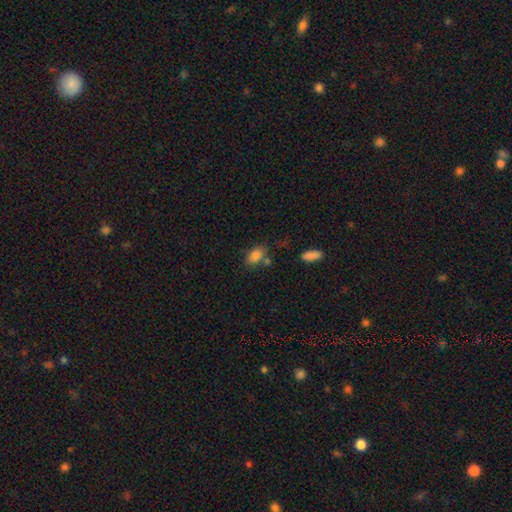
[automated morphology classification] type=smooth (84%); roundness=in between (87%); merging=none (64%).